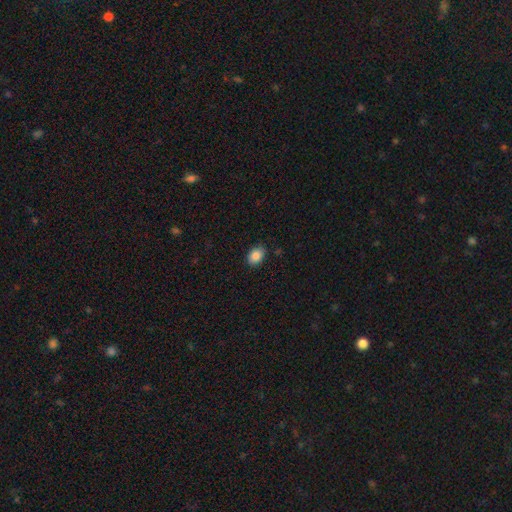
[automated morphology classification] A smooth galaxy with no disk features (87%) that is in between round and cigar-shaped (74%).

Vote fractions:
- Smooth or featured? smooth: 87% / star or artifact: 8% / featured or disk: 5%
- How rounded? in between: 74% / round: 25% / cigar-shaped: 1%
- Merging? none: 87% / minor disturbance: 10% / major disturbance: 2% / merger: 1%